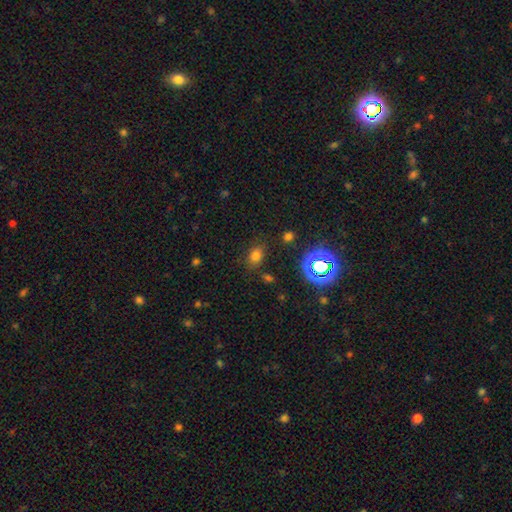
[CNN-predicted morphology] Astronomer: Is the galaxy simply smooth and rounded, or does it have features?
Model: smooth — 70%.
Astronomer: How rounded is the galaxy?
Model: in between — 71%.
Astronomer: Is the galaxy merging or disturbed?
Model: none — 78%.